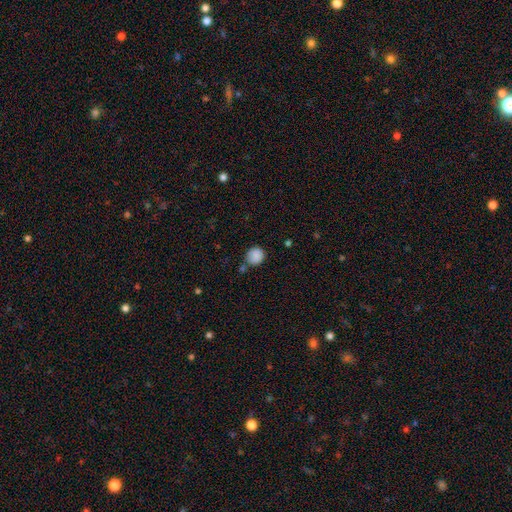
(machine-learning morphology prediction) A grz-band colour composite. It shows a smooth galaxy with no disk features (87%) that is round (88%). Merging: none (69%).